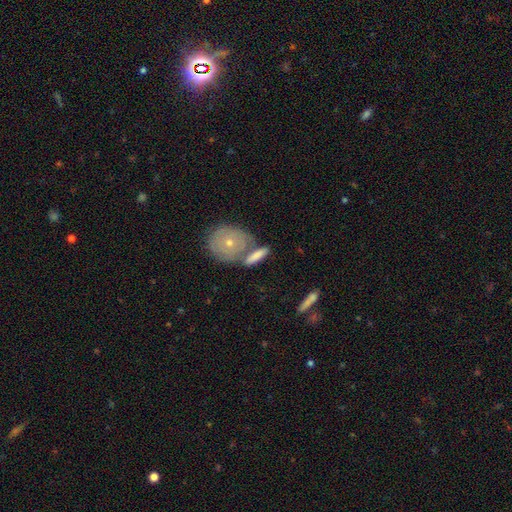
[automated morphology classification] This is likely a smooth galaxy (66%). How rounded: possibly in between (54%). Merging: possibly none (57%).